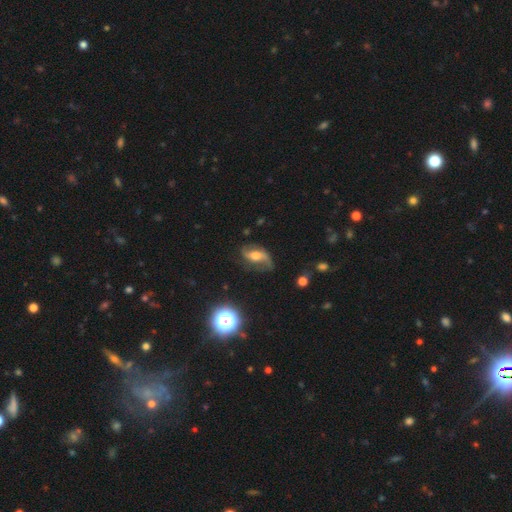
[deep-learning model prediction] Smooth or featured: featured or disk — 75% (smooth — 16%)
Edge-on disk: no — 95% (yes — 5%)
Bar: weak — 43% (no — 39%)
Spiral arms: yes — 93% (no — 7%)
Spiral winding: loose — 62% (medium — 30%)
Spiral arm count: 2 — 86% (1 — 6%)
Bulge size: moderate — 52% (large — 21%)
Merging: none — 63% (minor disturbance — 21%)